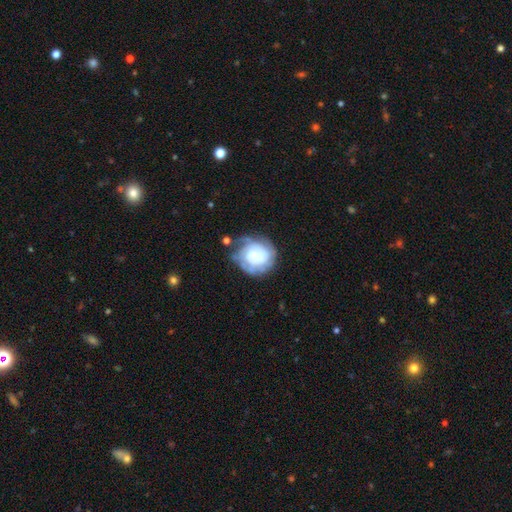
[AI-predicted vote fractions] This appears to be a featured or disk galaxy (62%) with no bar (81%), spiral arms (74%) and a small central bulge (50%). Merging: none (55%).